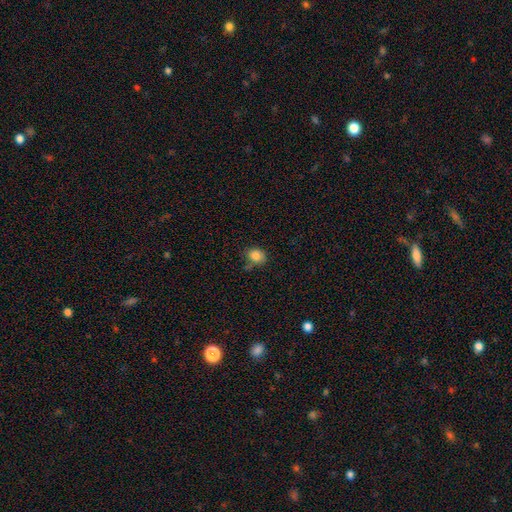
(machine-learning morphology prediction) Smooth or featured? Predicted: smooth (p=0.83). How rounded? Predicted: round (p=0.58). Merging? Predicted: none (p=0.61).